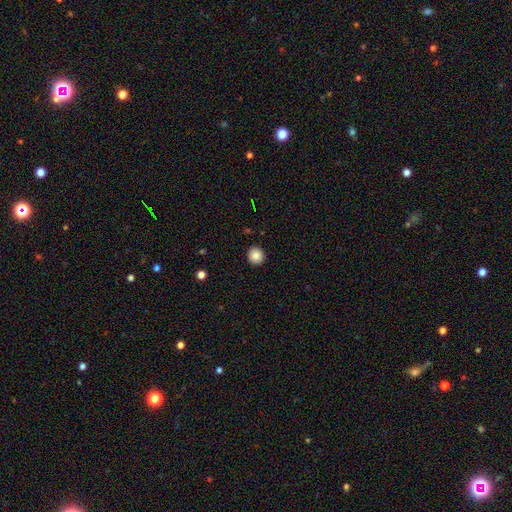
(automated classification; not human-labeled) smooth-or-featured: smooth: 87% | star or artifact: 9% | featured or disk: 3%
  how-rounded: round: 93% | in between: 6% | cigar-shaped: 1%
  merging: none: 92% | minor disturbance: 5% | major disturbance: 2% | merger: 1%